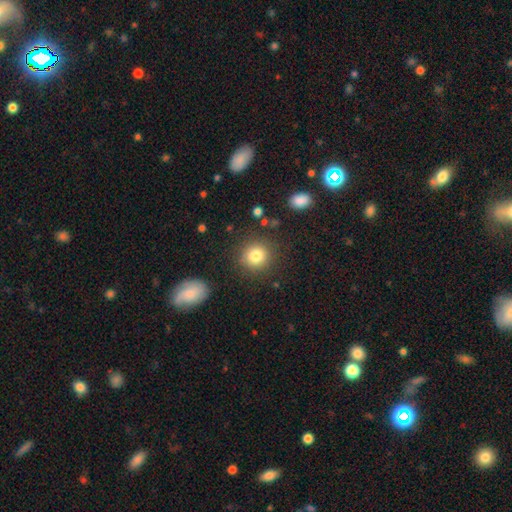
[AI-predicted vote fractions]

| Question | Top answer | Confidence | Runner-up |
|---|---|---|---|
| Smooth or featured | smooth | 82% | star or artifact (11%) |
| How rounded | round | 90% | in between (9%) |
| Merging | none | 86% | minor disturbance (8%) |